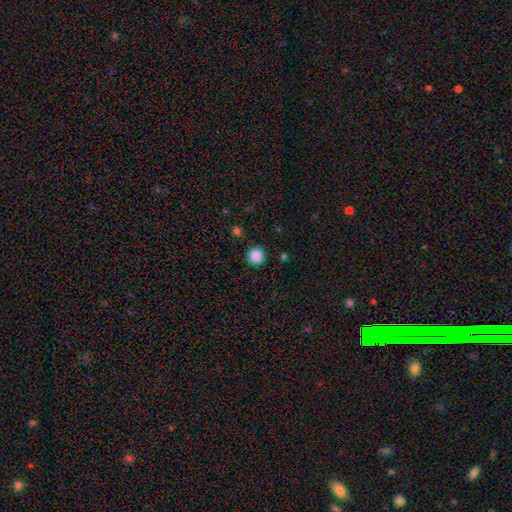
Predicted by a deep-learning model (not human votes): Q: Smooth or featured?
A: smooth (85%); runner-up: star or artifact (11%)
Q: How rounded?
A: round (94%); runner-up: in between (5%)
Q: Merging?
A: none (85%); runner-up: minor disturbance (10%)